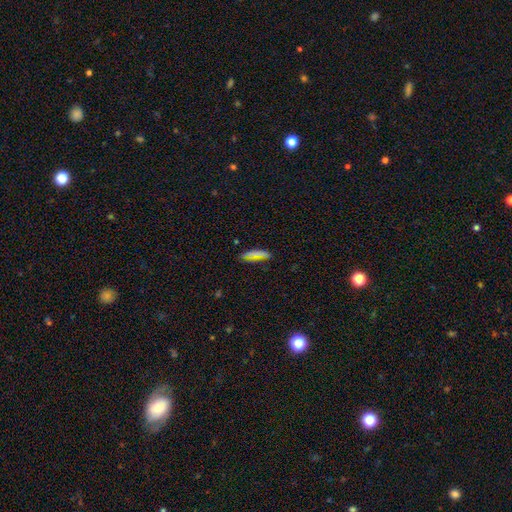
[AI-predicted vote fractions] Morphology: type=smooth (74%); roundness=cigar-shaped (79%); merging=none (73%).